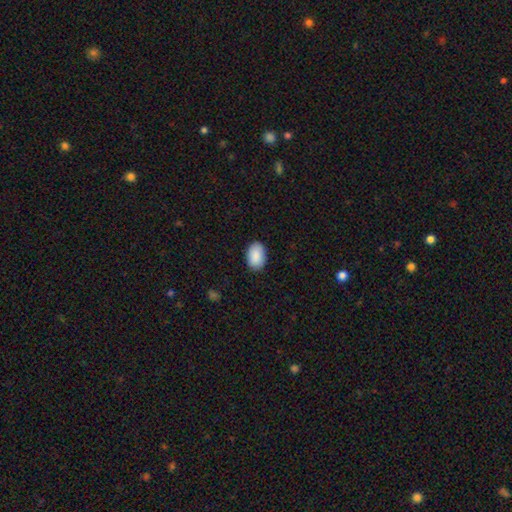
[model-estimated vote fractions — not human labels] This is clearly a smooth galaxy (90%). How rounded: clearly in between (89%). Merging: clearly none (87%).